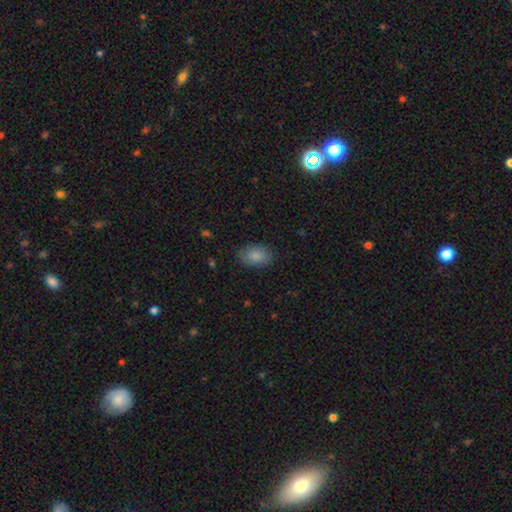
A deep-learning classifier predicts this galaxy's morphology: smooth-or-featured: smooth: 86% | star or artifact: 7% | featured or disk: 6%
  how-rounded: in between: 87% | round: 12% | cigar-shaped: 1%
  merging: none: 85% | minor disturbance: 11% | major disturbance: 3% | merger: 1%